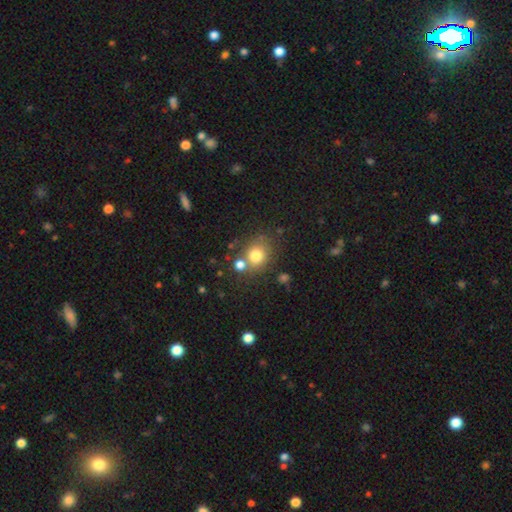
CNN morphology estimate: A smooth galaxy with no disk features (77%) that is round (74%). Merging: none (62%).